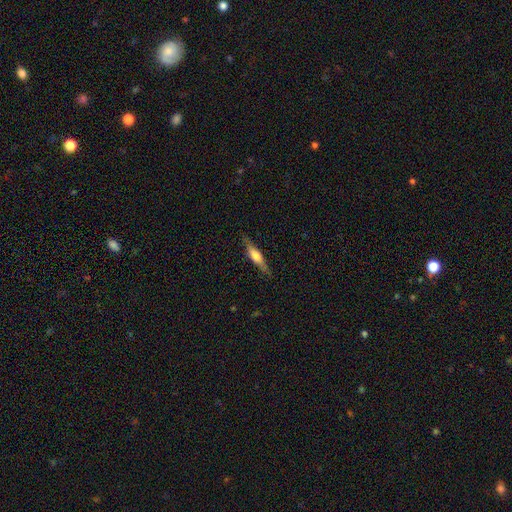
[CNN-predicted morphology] Smooth or featured: featured or disk — 56% (smooth — 38%)
Edge-on disk: yes — 94% (no — 6%)
Edge-on bulge: rounded — 75% (boxy — 18%)
Merging: none — 84% (minor disturbance — 12%)